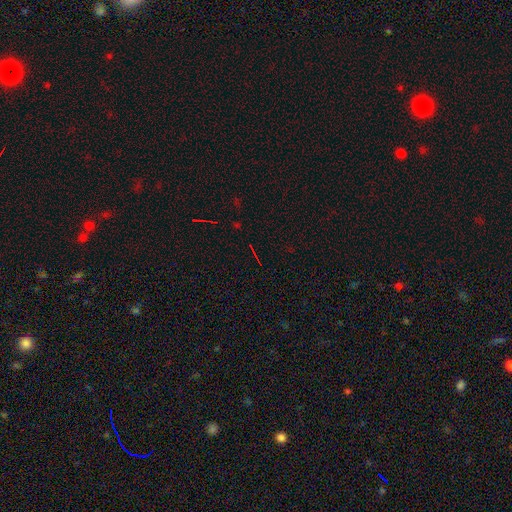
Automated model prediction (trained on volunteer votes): star or artifact 73%, featured or disk 13%, smooth 13%.